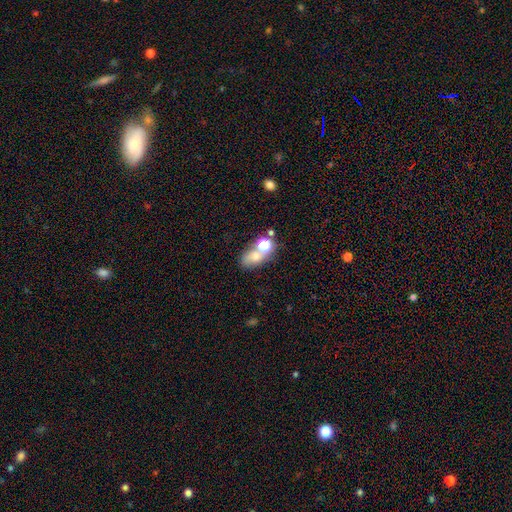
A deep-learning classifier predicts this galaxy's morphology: type=smooth (62%); roundness=in between (66%); merging=merger (41%).